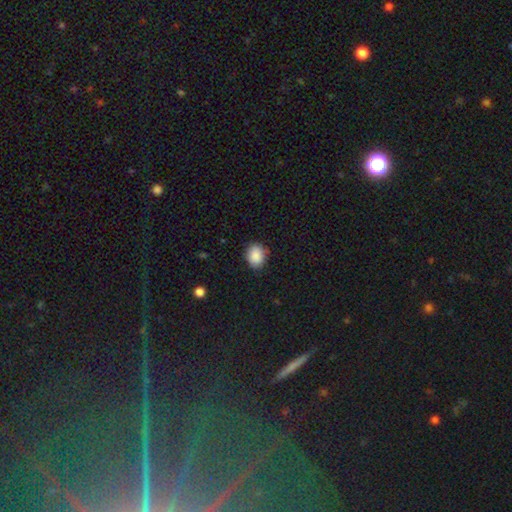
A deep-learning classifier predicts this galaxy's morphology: Smooth or featured?
  - smooth: 88% *
  - star or artifact: 8%
  - featured or disk: 3%
How rounded?
  - round: 51% *
  - in between: 48%
  - cigar-shaped: 1%
Merging?
  - none: 83% *
  - minor disturbance: 13%
  - major disturbance: 3%
  - merger: 1%